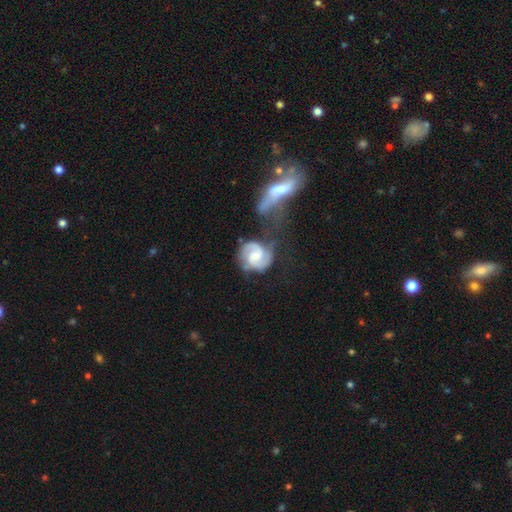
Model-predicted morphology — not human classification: A featured or disk galaxy (85%) with a weak bar (48%), 2 (89%) medium (49%) spiral arms (97%) and a moderate central bulge (47%).

Vote fractions:
- Smooth or featured? featured or disk: 85% / smooth: 10% / star or artifact: 5%
- Edge-on disk? no: 98% / yes: 2%
- Bar? weak: 48% / no: 41% / strong: 11%
- Spiral arms? yes: 97% / no: 3%
- Spiral winding? medium: 49% / tight: 36% / loose: 14%
- Spiral arm count? 2: 89% / can't tell: 4% / 3: 2% / 1: 2% / 4: 1% / more than 4: 1%
- Bulge size? moderate: 47% / small: 38% / none: 9% / large: 5% / dominant: 1%
- Merging? none: 48% / merger: 24% / minor disturbance: 18% / major disturbance: 10%